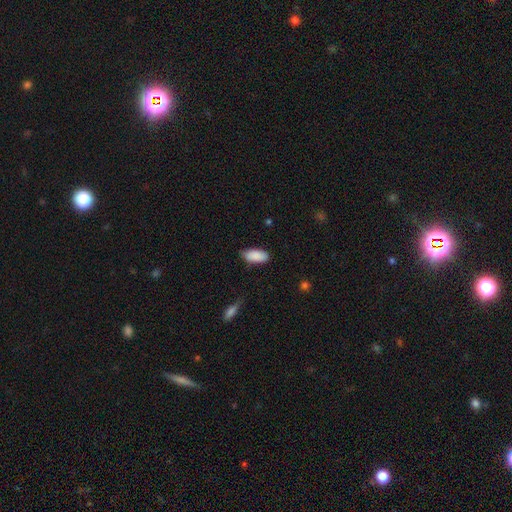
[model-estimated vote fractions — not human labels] Morphology: type=smooth (89%); roundness=in between (90%); merging=none (79%).